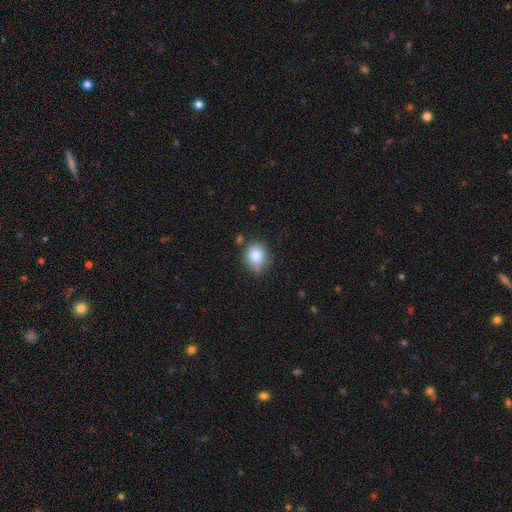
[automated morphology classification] Smooth or featured? smooth (85%)
How rounded? round (69%)
Merging? none (73%)